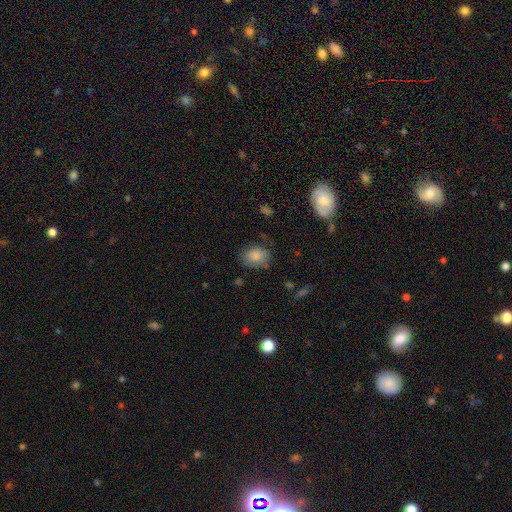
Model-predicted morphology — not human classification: smooth 82%, featured or disk 10%, star or artifact 8%. Down the decision tree: how rounded — in between (51%); merging — none (69%).